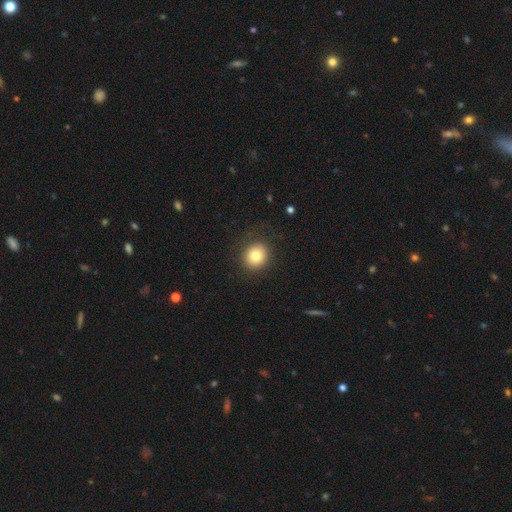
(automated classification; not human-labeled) A smooth galaxy with no disk features (80%) that is round (85%). Merging: none (88%).